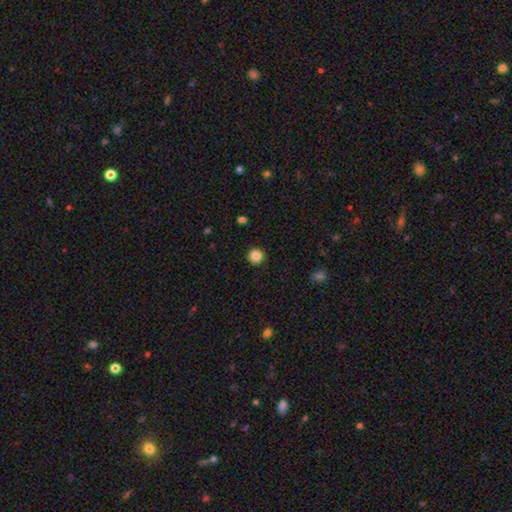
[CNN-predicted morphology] Smooth or featured? smooth (85%)
How rounded? round (95%)
Merging? none (93%)